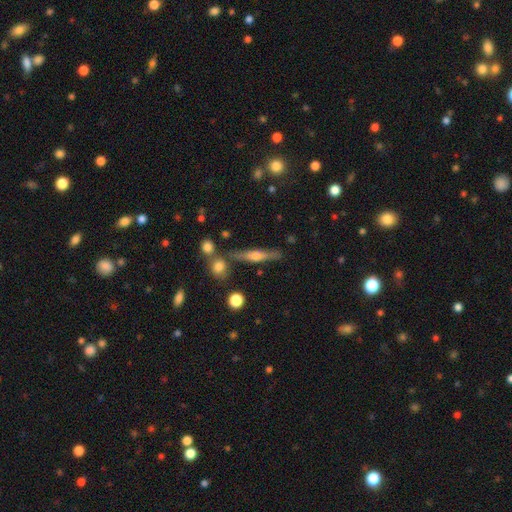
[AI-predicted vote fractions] Overall: featured or disk (56%; smooth 36%). Edge-on disk: yes (93%). Edge-on bulge: rounded (82%). Merging: none (75%).